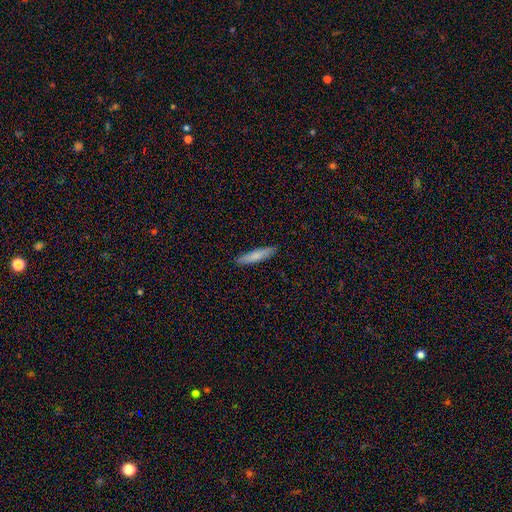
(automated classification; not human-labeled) smooth 76%, featured or disk 18%, star or artifact 6%. Down the decision tree: how rounded — cigar-shaped (89%); merging — none (90%).